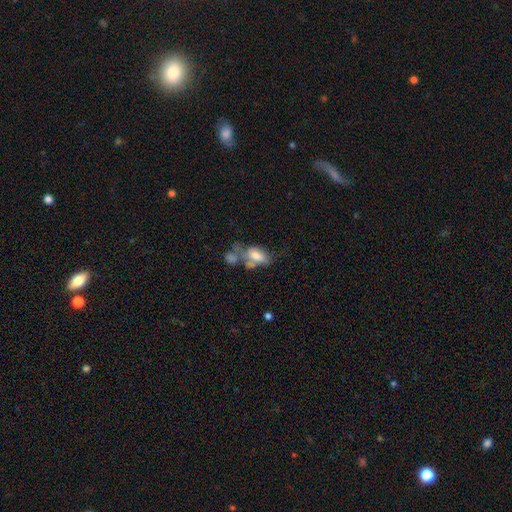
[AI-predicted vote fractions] This is likely a smooth galaxy (64%). How rounded: clearly in between (89%). Merging: marginally merger (41%).